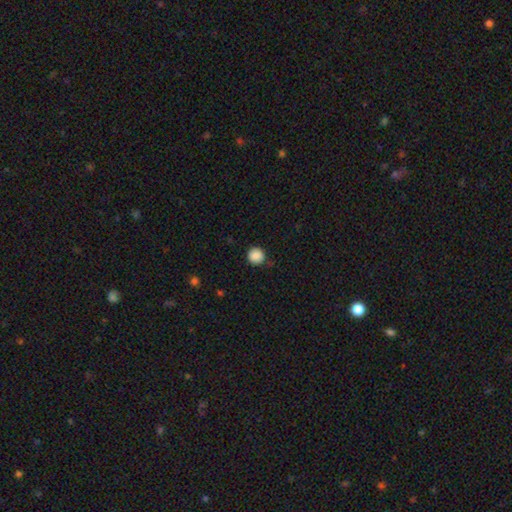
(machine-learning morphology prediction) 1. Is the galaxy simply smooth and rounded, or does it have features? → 88% smooth, 9% star or artifact, 3% featured or disk.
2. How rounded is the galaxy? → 95% round, 4% in between, 1% cigar-shaped.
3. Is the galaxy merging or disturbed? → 87% none, 10% minor disturbance, 2% major disturbance, 1% merger.